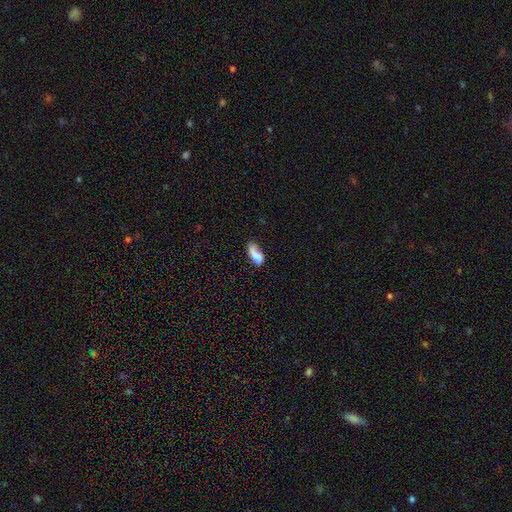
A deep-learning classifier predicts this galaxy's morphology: This is likely a smooth galaxy (70%). How rounded: clearly in between (84%). Merging: marginally none (44%).